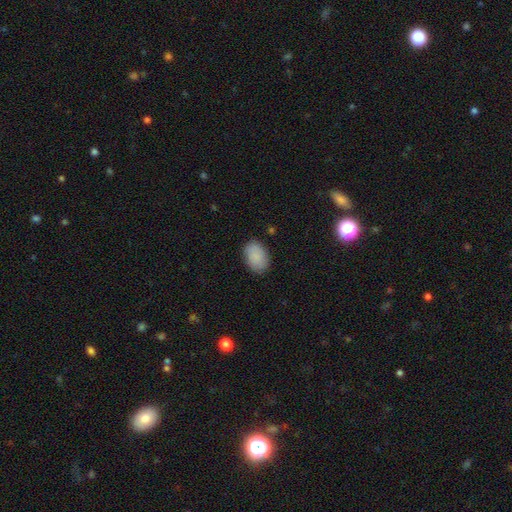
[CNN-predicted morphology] Smooth or featured? Predicted: smooth (p=0.88). How rounded? Predicted: in between (p=0.83). Merging? Predicted: none (p=0.85).